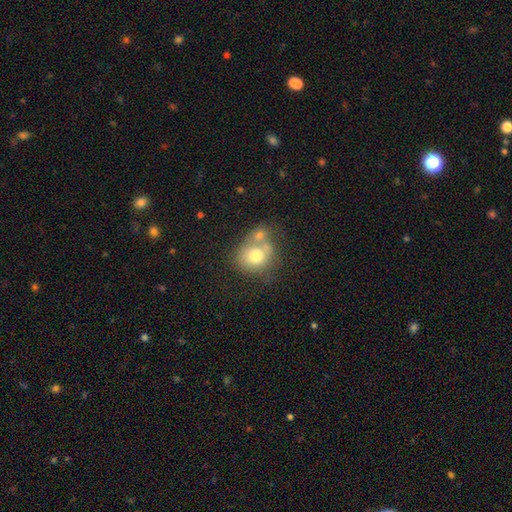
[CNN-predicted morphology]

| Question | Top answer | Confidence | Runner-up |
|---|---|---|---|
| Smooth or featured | smooth | 70% | featured or disk (21%) |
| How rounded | round | 70% | in between (29%) |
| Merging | merger | 44% | none (33%) |